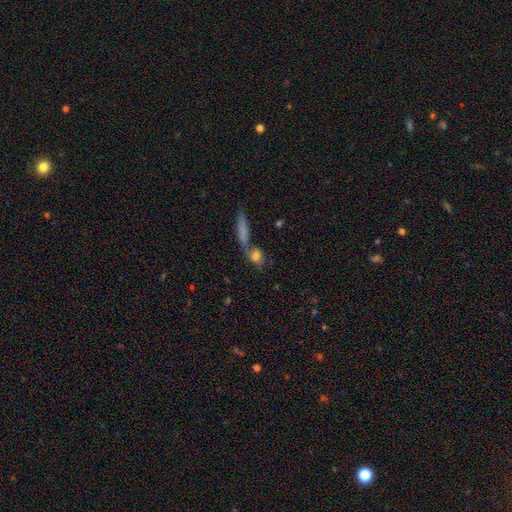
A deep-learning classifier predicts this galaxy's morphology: A smooth galaxy with no disk features (66%) that is in between round and cigar-shaped (49%). Merging: merger (46%).